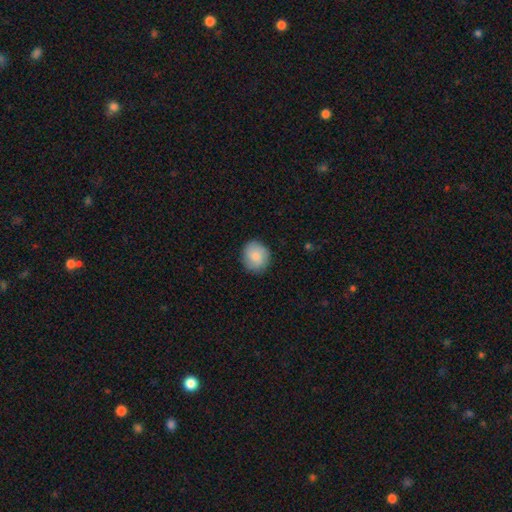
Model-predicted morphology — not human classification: Smooth or featured? smooth (81%)
How rounded? round (80%)
Merging? none (85%)